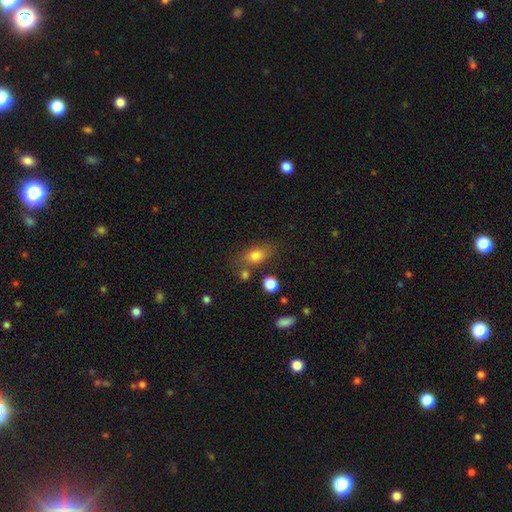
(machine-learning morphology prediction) Overall: smooth (79%). How rounded: in between (75%). Merging: none (68%).